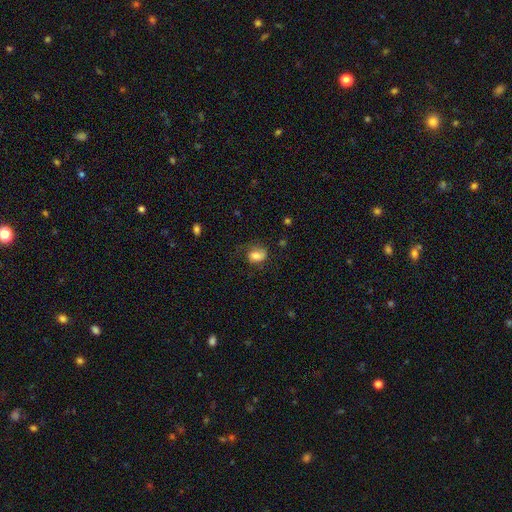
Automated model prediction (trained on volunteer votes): This is likely a smooth galaxy (71%). How rounded: likely in between (66%). Merging: possibly none (54%).